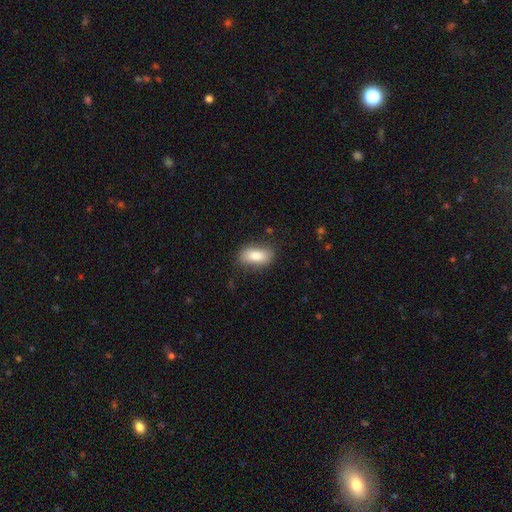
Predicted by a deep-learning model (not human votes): Smooth or featured? smooth (82%)
How rounded? in between (88%)
Merging? none (80%)